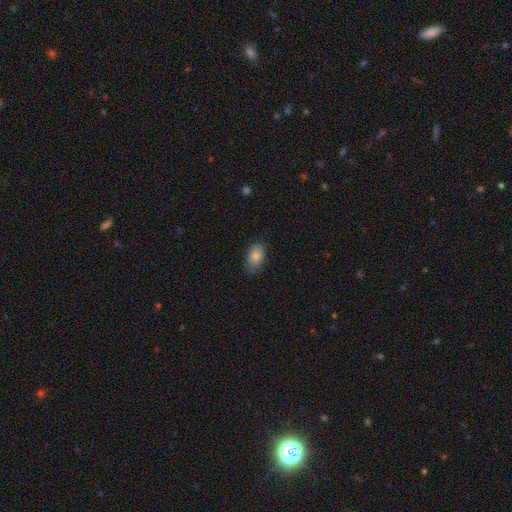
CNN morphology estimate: A smooth galaxy with no disk features (83%) that is in between round and cigar-shaped (90%).

Vote fractions:
- Smooth or featured? smooth: 83% / featured or disk: 9% / star or artifact: 8%
- How rounded? in between: 90% / round: 8% / cigar-shaped: 2%
- Merging? none: 76% / minor disturbance: 19% / major disturbance: 3% / merger: 1%